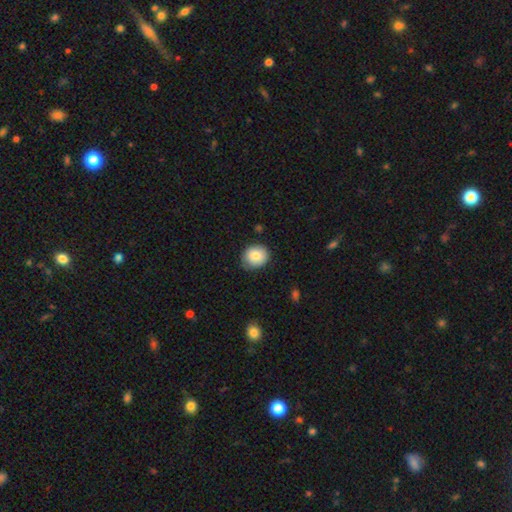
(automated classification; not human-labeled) Q: Smooth or featured?
A: smooth (82%); runner-up: featured or disk (10%)
Q: How rounded?
A: round (76%); runner-up: in between (24%)
Q: Merging?
A: none (77%); runner-up: minor disturbance (18%)